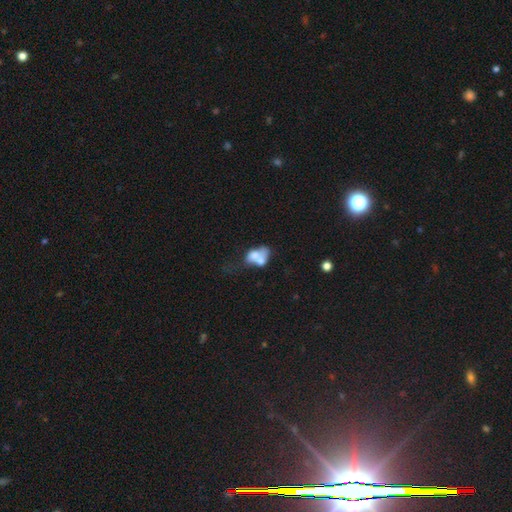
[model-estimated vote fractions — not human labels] Smooth or featured?
  - smooth: 58% *
  - featured or disk: 33%
  - star or artifact: 10%
How rounded?
  - in between: 74% *
  - round: 24%
  - cigar-shaped: 2%
Merging?
  - merger: 65% *
  - none: 14%
  - major disturbance: 12%
  - minor disturbance: 9%